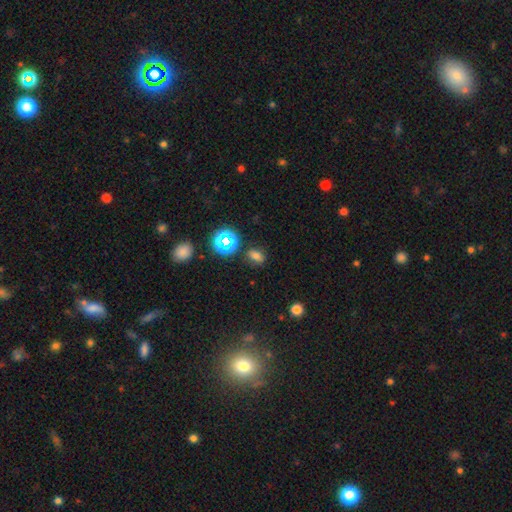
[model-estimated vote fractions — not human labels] Smooth or featured: smooth — 66% (star or artifact — 27%)
How rounded: in between — 68% (round — 30%)
Merging: none — 80% (minor disturbance — 13%)